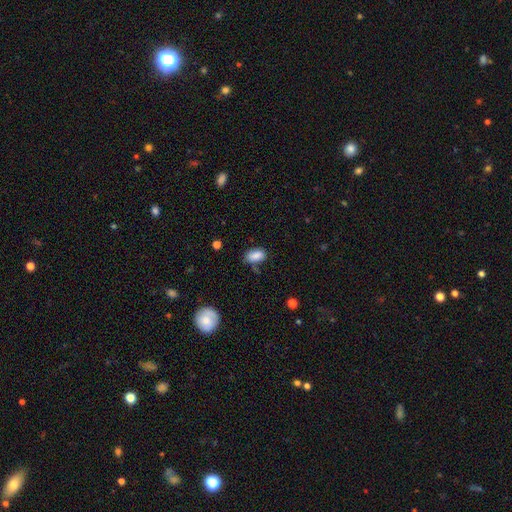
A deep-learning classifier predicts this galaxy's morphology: This appears to be a smooth galaxy with no disk features (86%) that is in between round and cigar-shaped (90%). Merging: none (69%).